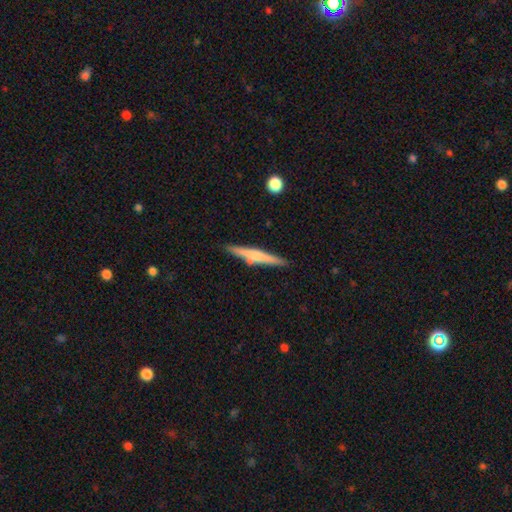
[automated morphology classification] A smooth galaxy with no disk features (47%, tied with featured or disk). Merging: none (82%).